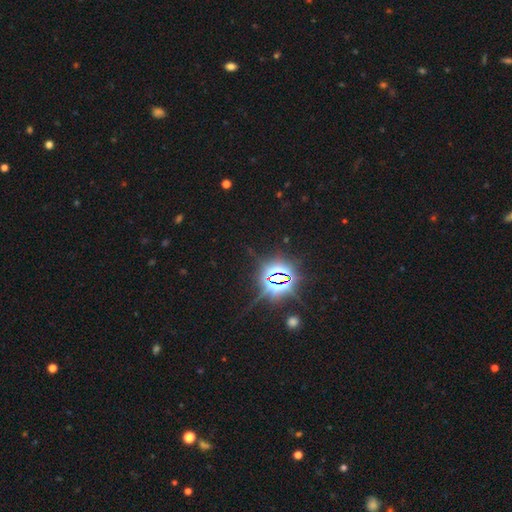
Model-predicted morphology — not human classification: Smooth or featured: star or artifact — 85% (smooth — 9%)